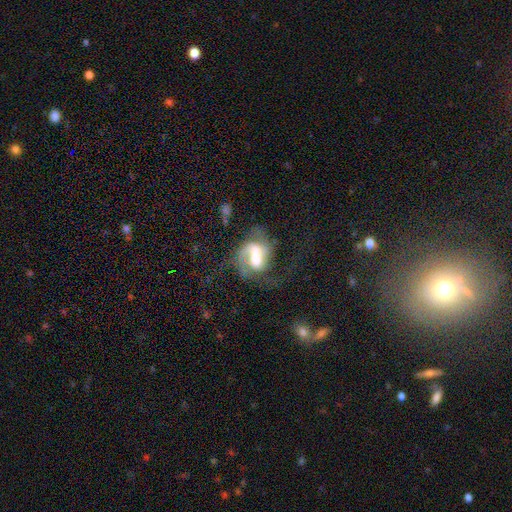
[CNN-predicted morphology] Smooth or featured: featured or disk — 65% (smooth — 25%)
Edge-on disk: no — 97% (yes — 3%)
Bar: no — 45% (weak — 34%)
Spiral arms: yes — 70% (no — 30%)
Bulge size: large — 35% (moderate — 34%)
Merging: major disturbance — 35% (merger — 26%)